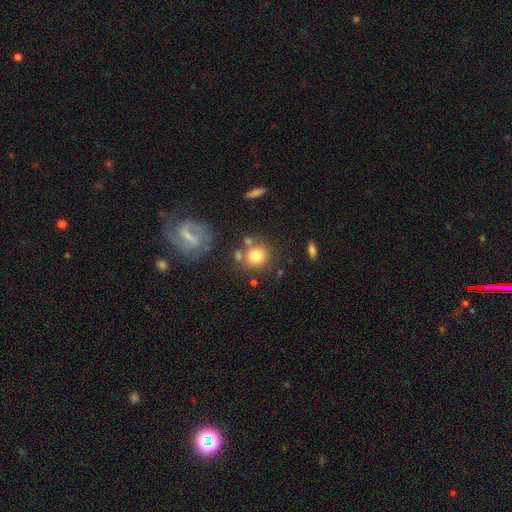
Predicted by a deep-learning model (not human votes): Smooth or featured: smooth — 78% (featured or disk — 11%)
How rounded: round — 86% (in between — 13%)
Merging: none — 69% (merger — 14%)